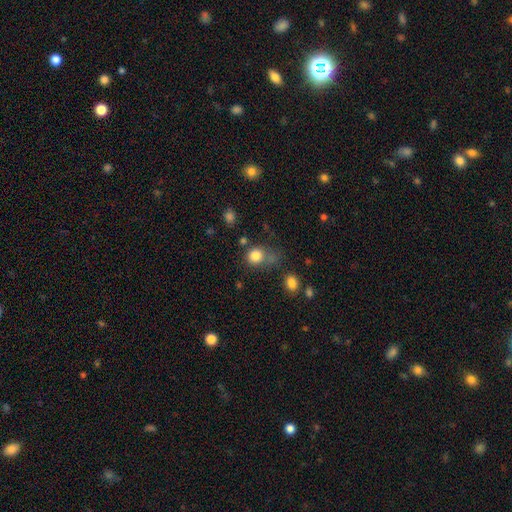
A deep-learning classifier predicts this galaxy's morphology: Smooth or featured? smooth (82%)
How rounded? round (75%)
Merging? none (54%)